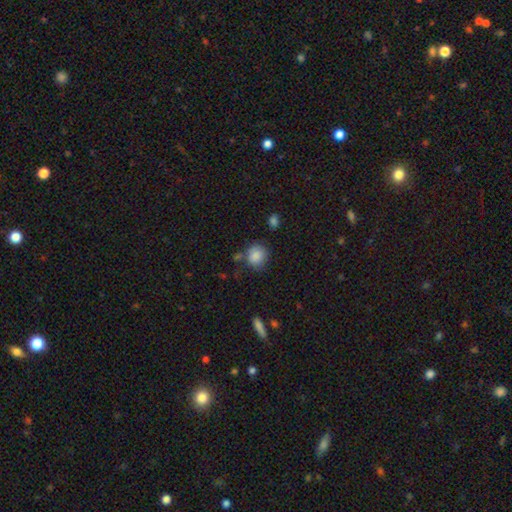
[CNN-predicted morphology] smooth_or_featured: smooth (p=0.86) [alt: star or artifact p=0.09]
how_rounded: round (p=0.77) [alt: in between p=0.22]
merging: none (p=0.70) [alt: minor disturbance p=0.17]